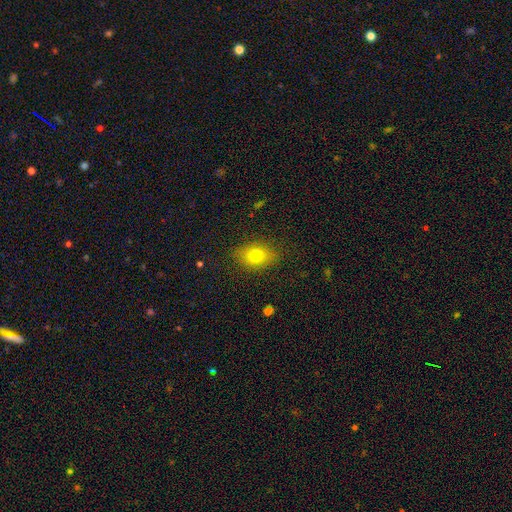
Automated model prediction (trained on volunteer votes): smooth 76%, featured or disk 13%, star or artifact 12%. Down the decision tree: how rounded — in between (71%); merging — none (84%).